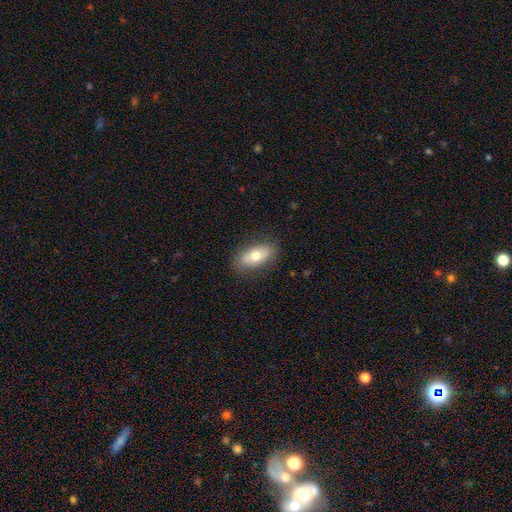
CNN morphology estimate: Overall: smooth (70%). How rounded: in between (89%). Merging: none (84%).